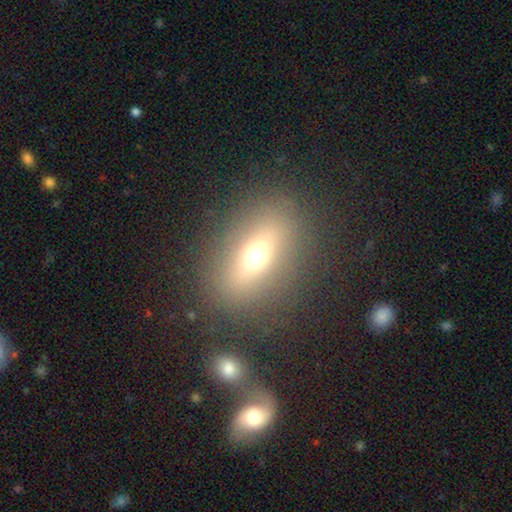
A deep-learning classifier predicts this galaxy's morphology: Smooth or featured? Predicted: smooth (p=0.57). How rounded? Predicted: in between (p=0.68). Merging? Predicted: none (p=0.82).